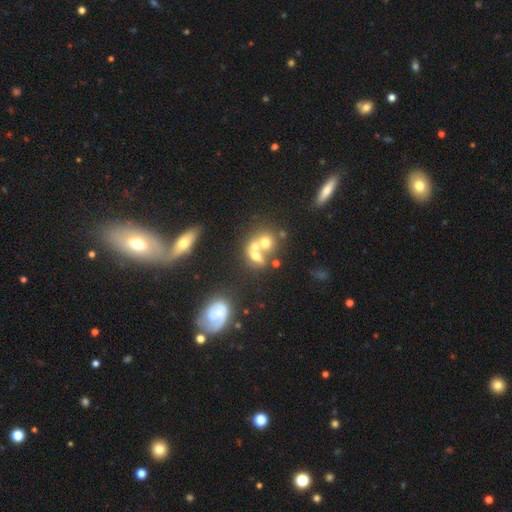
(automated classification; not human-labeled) smooth_or_featured: smooth (p=0.53) [alt: featured or disk p=0.30]
how_rounded: round (p=0.49) [alt: in between p=0.48]
merging: merger (p=0.60) [alt: none p=0.26]